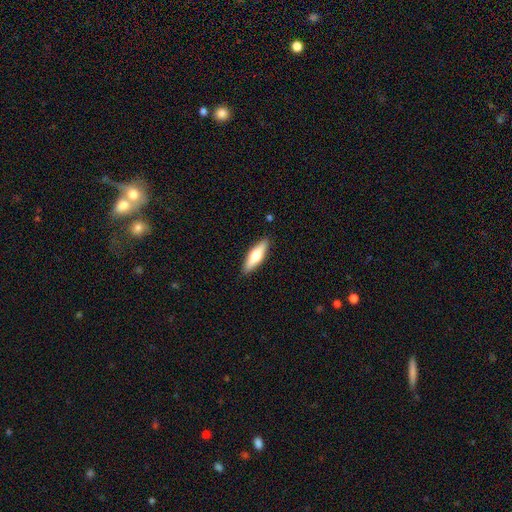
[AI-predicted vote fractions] This is possibly a smooth galaxy (59%). How rounded: possibly cigar-shaped (54%). Merging: clearly none (89%).